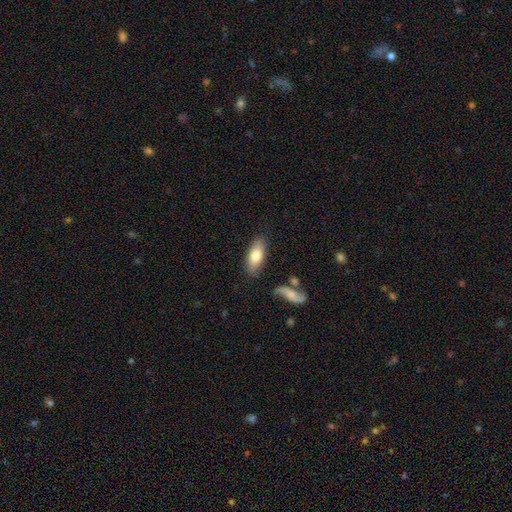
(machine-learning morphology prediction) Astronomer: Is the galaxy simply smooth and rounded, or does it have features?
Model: smooth — 74%.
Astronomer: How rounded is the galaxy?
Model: in between — 80%.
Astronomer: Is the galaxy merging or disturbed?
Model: none — 81%.